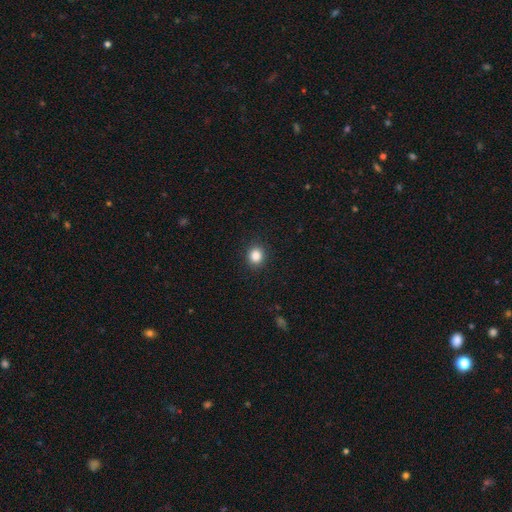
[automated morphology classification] Q: Smooth or featured?
A: smooth (86%); runner-up: star or artifact (10%)
Q: How rounded?
A: round (78%); runner-up: in between (21%)
Q: Merging?
A: none (90%); runner-up: minor disturbance (7%)